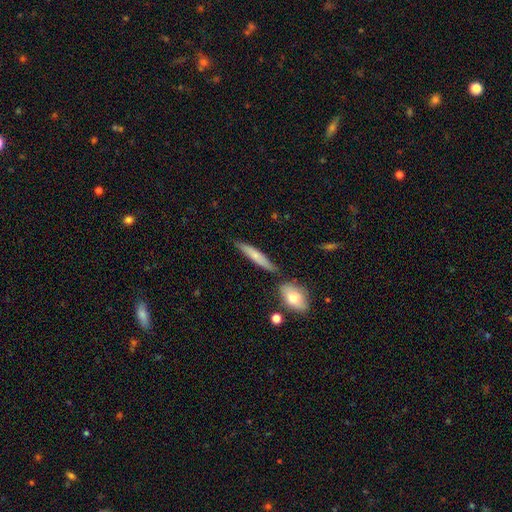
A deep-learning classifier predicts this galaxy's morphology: Smooth or featured?
  - smooth: 66% *
  - featured or disk: 28%
  - star or artifact: 6%
How rounded?
  - cigar-shaped: 86% *
  - in between: 12%
  - round: 2%
Merging?
  - none: 75% *
  - minor disturbance: 14%
  - merger: 9%
  - major disturbance: 3%